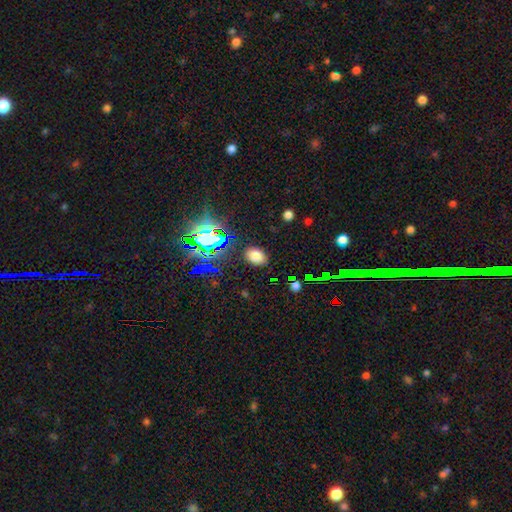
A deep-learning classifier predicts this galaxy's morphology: smooth_or_featured: smooth (p=0.73) [alt: star or artifact p=0.20]
how_rounded: in between (p=0.75) [alt: round p=0.24]
merging: none (p=0.86) [alt: minor disturbance p=0.09]